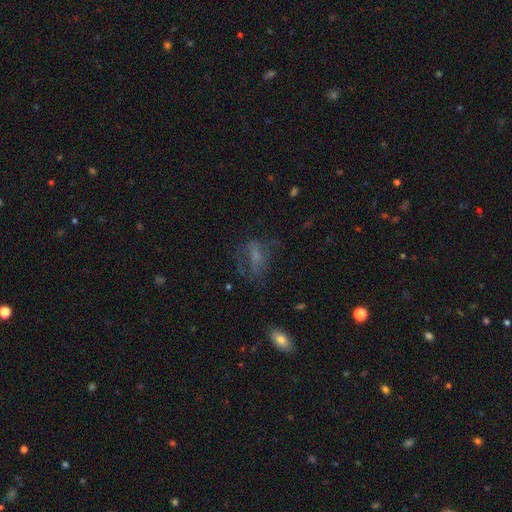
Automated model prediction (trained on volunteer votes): smooth 42%, featured or disk 40%, star or artifact 18%. Down the decision tree: merging — none (42%).